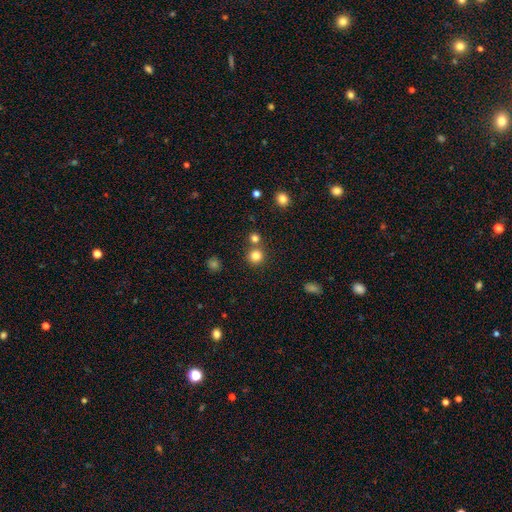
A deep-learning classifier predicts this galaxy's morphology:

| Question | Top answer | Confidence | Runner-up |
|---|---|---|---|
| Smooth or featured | smooth | 81% | star or artifact (13%) |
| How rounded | round | 94% | in between (5%) |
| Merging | none | 73% | merger (18%) |